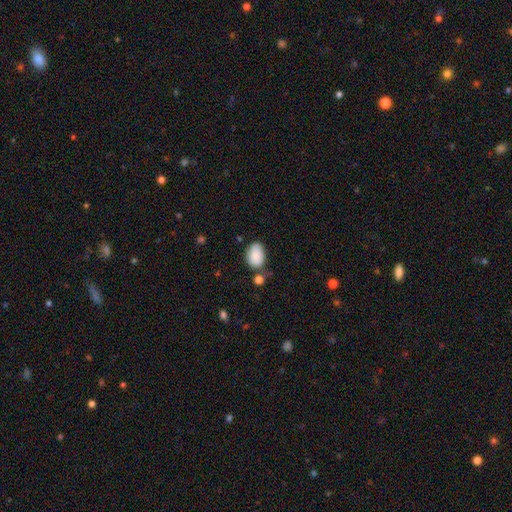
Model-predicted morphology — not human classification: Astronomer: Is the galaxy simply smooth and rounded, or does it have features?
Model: smooth — 87%.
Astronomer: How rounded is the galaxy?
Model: in between — 85%.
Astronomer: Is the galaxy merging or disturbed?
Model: none — 62%.